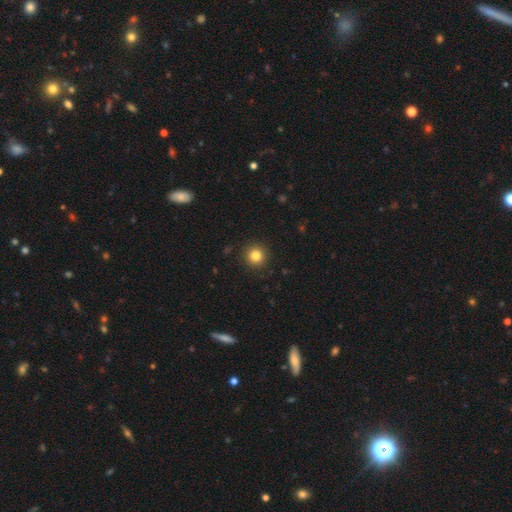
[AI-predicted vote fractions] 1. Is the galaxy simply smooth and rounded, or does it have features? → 83% smooth, 12% star or artifact, 6% featured or disk.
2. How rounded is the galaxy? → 95% round, 4% in between, 1% cigar-shaped.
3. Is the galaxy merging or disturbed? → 92% none, 5% minor disturbance, 2% major disturbance, 1% merger.